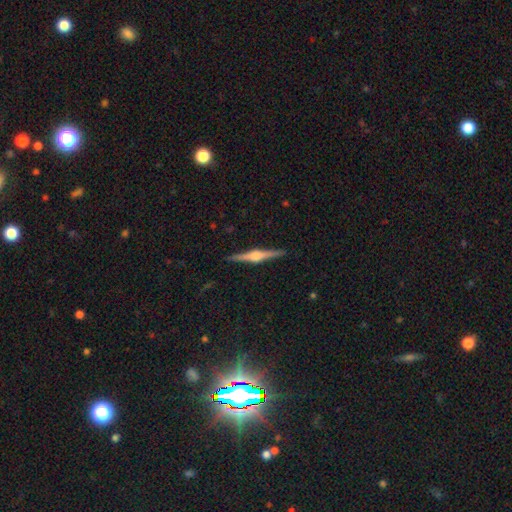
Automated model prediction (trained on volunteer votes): smooth-or-featured: featured or disk: 82% | smooth: 12% | star or artifact: 5%
  disk-edge-on: yes: 99% | no: 1%
    edge-on-bulge: rounded: 88% | boxy: 9% | none: 3%
  merging: none: 92% | minor disturbance: 6% | major disturbance: 1% | merger: 1%